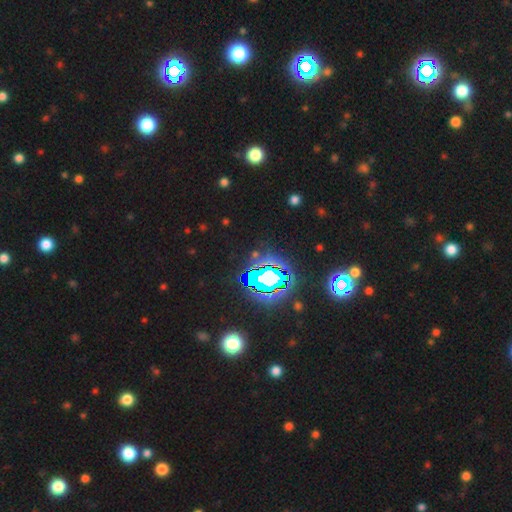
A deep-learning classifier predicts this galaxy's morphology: The model was most divided on "smooth or featured": star or artifact: 73%, smooth: 15%, featured or disk: 12%.